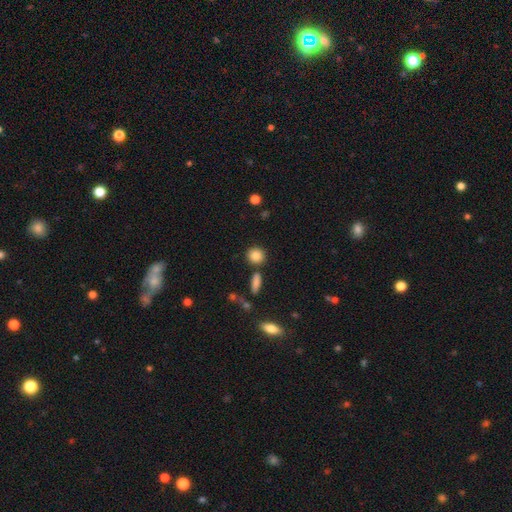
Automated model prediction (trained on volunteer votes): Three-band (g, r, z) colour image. It shows a smooth galaxy with no disk features (87%) that is round (82%). Merging: none (79%).